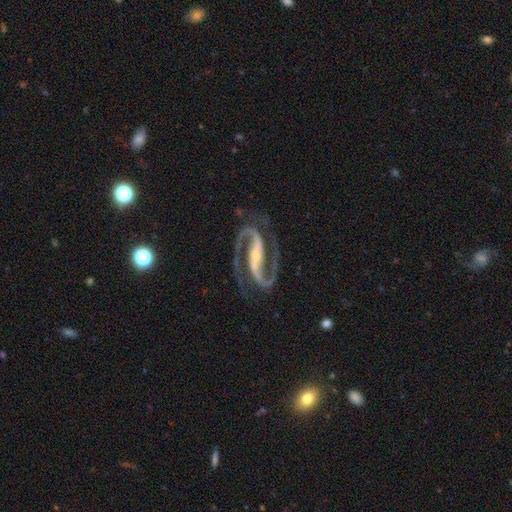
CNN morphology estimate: Smooth or featured? featured or disk (94%)
Edge-on disk? no (97%)
Bar? strong (74%)
Spiral arms? yes (99%)
Spiral winding? medium (64%)
Spiral arm count? 2 (95%)
Bulge size? small (69%)
Merging? none (83%)